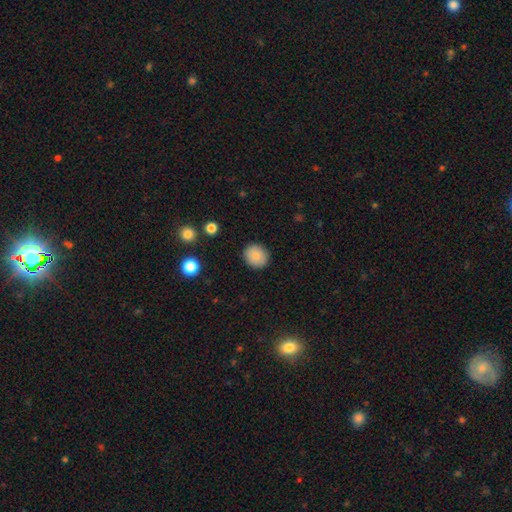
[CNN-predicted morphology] This is clearly a smooth galaxy (84%). How rounded: clearly round (83%). Merging: clearly none (90%).